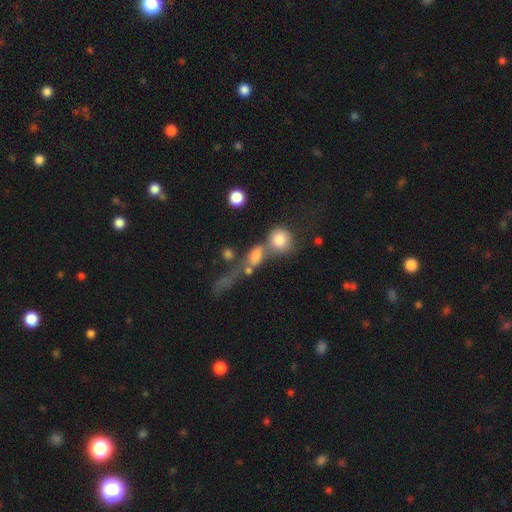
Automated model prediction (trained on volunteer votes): Smooth or featured?
  - smooth: 69% *
  - featured or disk: 18%
  - star or artifact: 13%
How rounded?
  - in between: 49% *
  - round: 38%
  - cigar-shaped: 12%
Merging?
  - merger: 54% *
  - none: 24%
  - major disturbance: 13%
  - minor disturbance: 9%